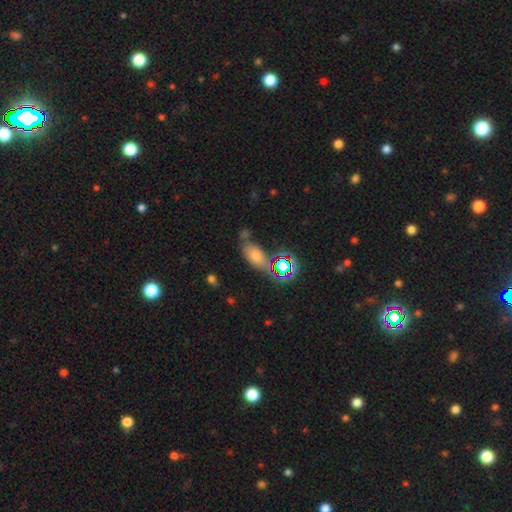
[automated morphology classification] The model was most divided on "smooth or featured": smooth: 56%, star or artifact: 29%, featured or disk: 16%. More confident: how rounded — in between (76%); merging — none (58%).